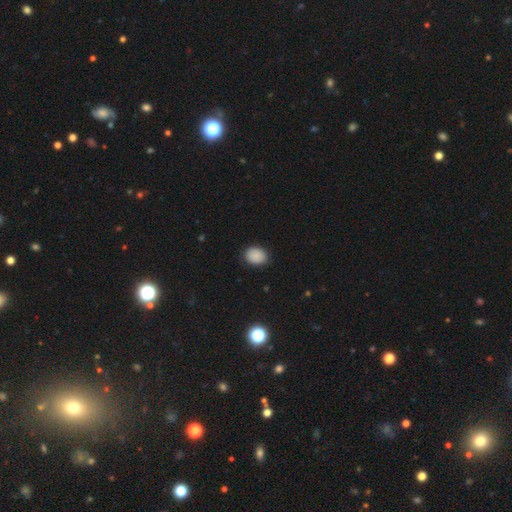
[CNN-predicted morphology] A smooth galaxy with no disk features (88%) that is in between round and cigar-shaped (58%).

Vote fractions:
- Smooth or featured? smooth: 88% / star or artifact: 9% / featured or disk: 3%
- How rounded? in between: 58% / round: 41% / cigar-shaped: 1%
- Merging? none: 87% / minor disturbance: 10% / major disturbance: 2% / merger: 1%